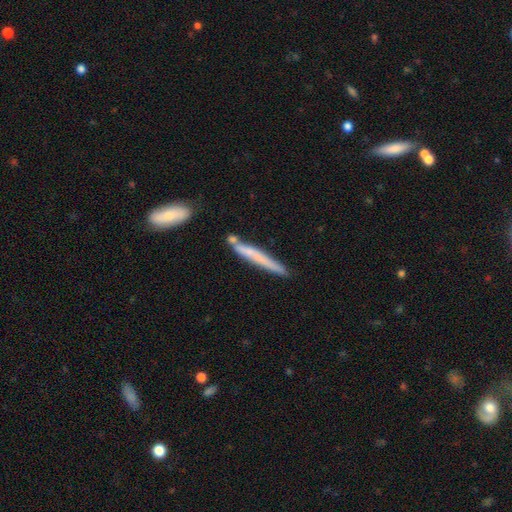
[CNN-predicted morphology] This is possibly a smooth galaxy (58%). How rounded: clearly cigar-shaped (96%). Merging: likely none (72%).